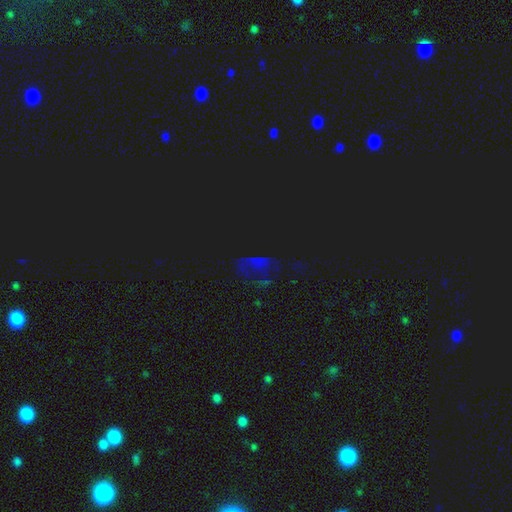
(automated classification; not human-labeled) The model was most divided on "smooth or featured": star or artifact: 72%, smooth: 16%, featured or disk: 11%.